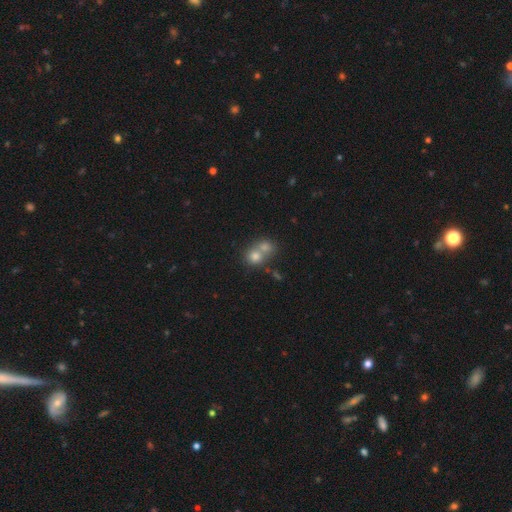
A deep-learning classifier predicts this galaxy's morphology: Smooth or featured? smooth (73%)
How rounded? round (80%)
Merging? merger (60%)